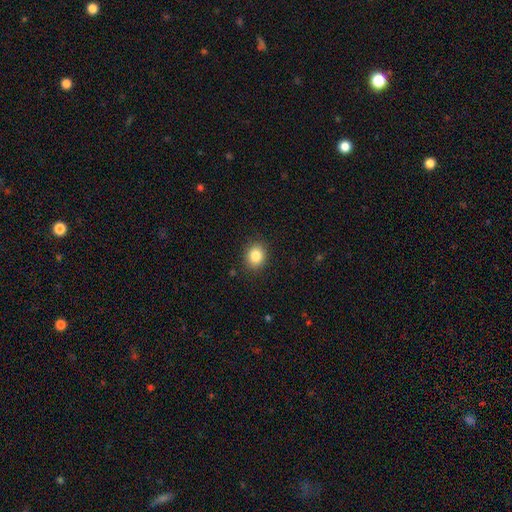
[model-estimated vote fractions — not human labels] Morphology: type=smooth (84%); roundness=round (62%); merging=none (89%).